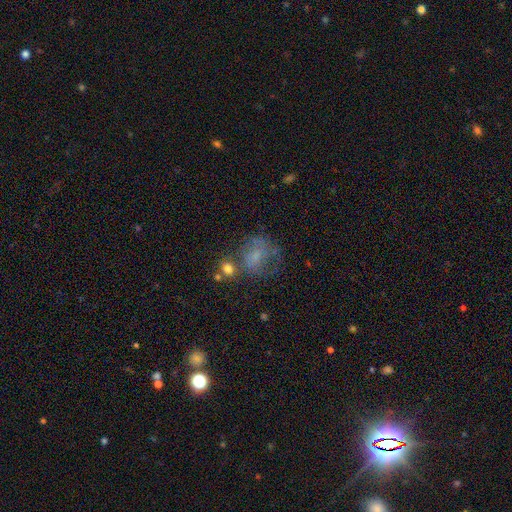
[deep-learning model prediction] Morphology: type=smooth (51%); roundness=round (58%); merging=none (42%).